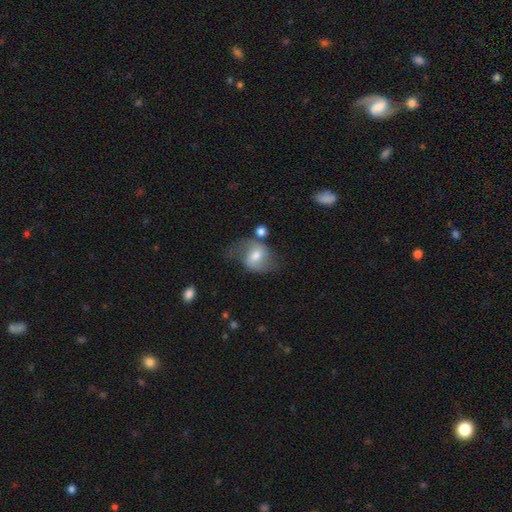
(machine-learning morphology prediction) A featured or disk galaxy (53%) with a weak bar (47%), spiral arms (80%) and a moderate central bulge (62%).

Vote fractions:
- Smooth or featured? featured or disk: 53% / smooth: 39% / star or artifact: 8%
- Edge-on disk? no: 96% / yes: 4%
- Bar? weak: 47% / no: 35% / strong: 18%
- Spiral arms? yes: 80% / no: 20%
- Bulge size? moderate: 62% / small: 21% / large: 12% / none: 3% / dominant: 2%
- Merging? none: 50% / minor disturbance: 24% / major disturbance: 18% / merger: 8%